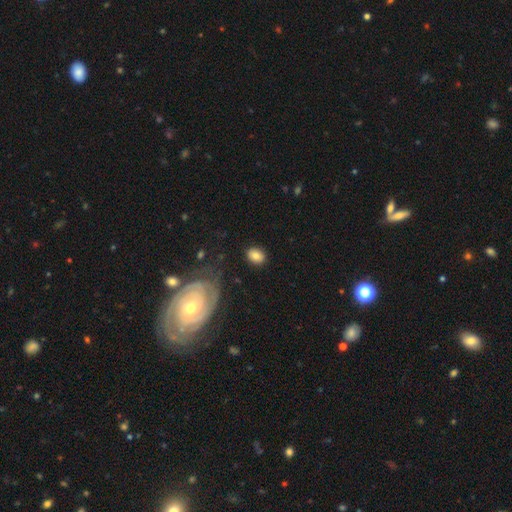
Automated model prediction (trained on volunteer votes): A smooth galaxy with no disk features (80%) that is in between round and cigar-shaped (65%). Merging: none (84%).